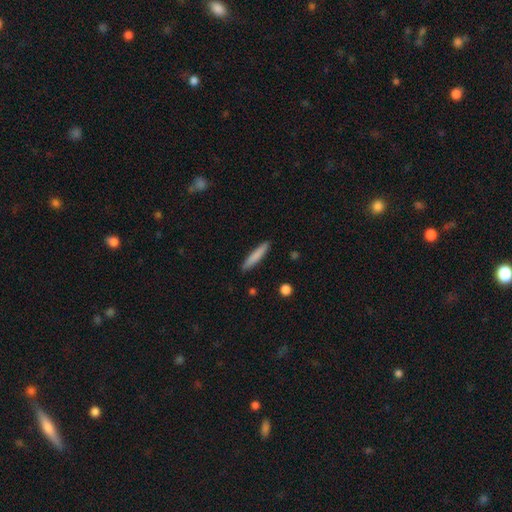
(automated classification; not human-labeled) Smooth or featured? smooth (81%)
How rounded? cigar-shaped (91%)
Merging? none (89%)